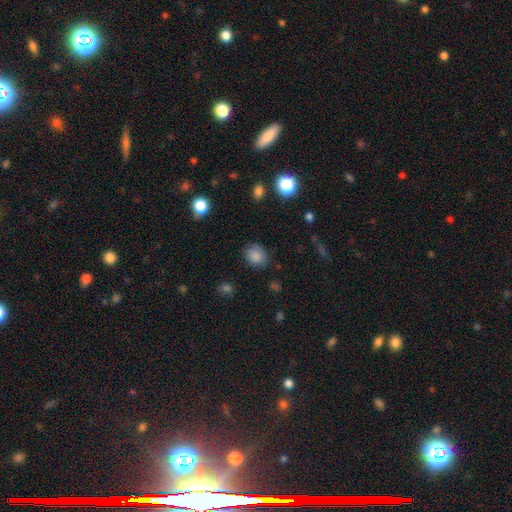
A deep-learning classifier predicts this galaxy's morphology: type=smooth (82%); roundness=round (61%); merging=none (77%).